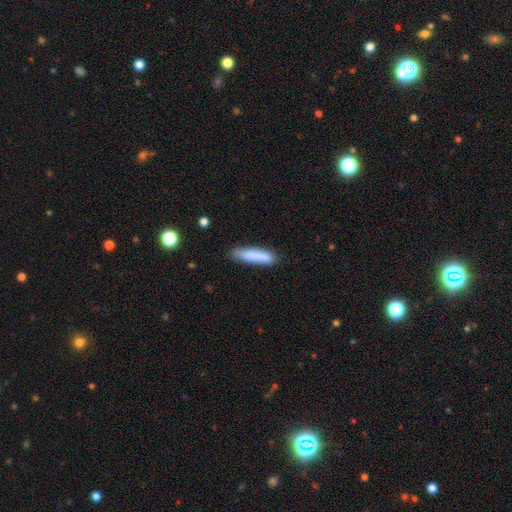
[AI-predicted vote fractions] smooth-or-featured: smooth: 84% | featured or disk: 10% | star or artifact: 6%
  how-rounded: cigar-shaped: 82% | in between: 17% | round: 1%
  merging: none: 81% | minor disturbance: 15% | major disturbance: 3% | merger: 2%